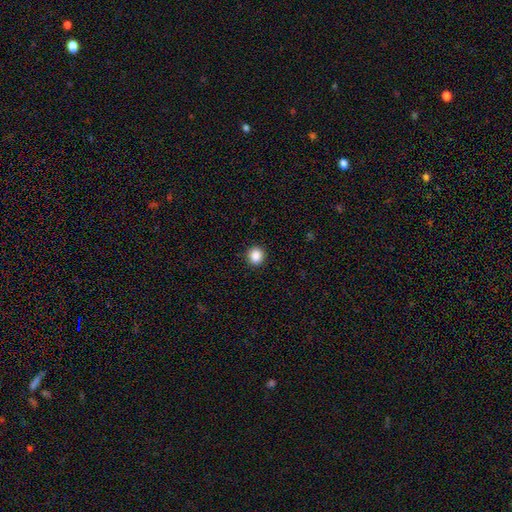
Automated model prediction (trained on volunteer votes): This is clearly a smooth galaxy (87%). How rounded: clearly round (90%). Merging: clearly none (92%).